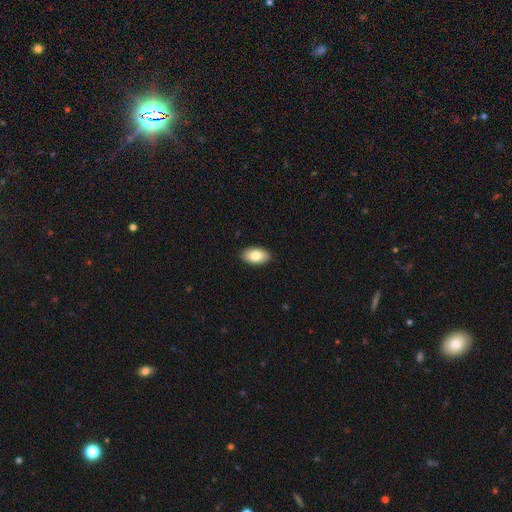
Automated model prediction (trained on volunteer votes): Smooth or featured? smooth (83%)
How rounded? in between (94%)
Merging? none (90%)